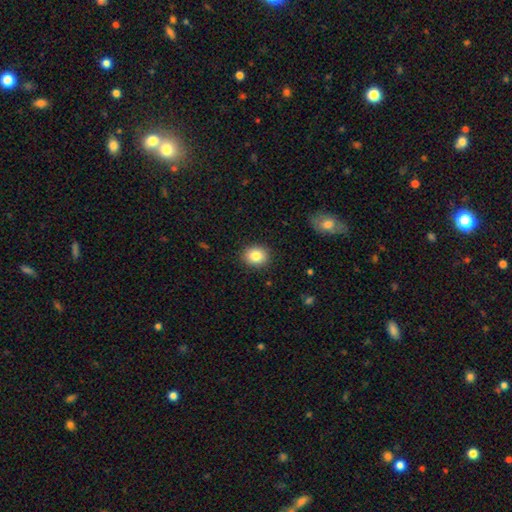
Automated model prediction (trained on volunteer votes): A smooth galaxy with no disk features (83%) that is round (63%). Merging: none (89%).